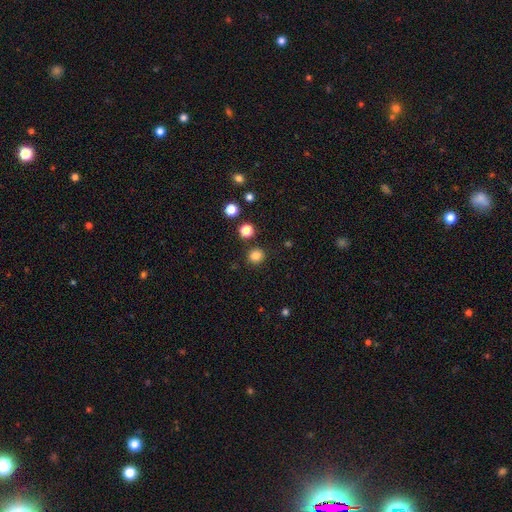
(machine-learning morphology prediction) Smooth or featured? smooth (82%)
How rounded? round (91%)
Merging? none (89%)